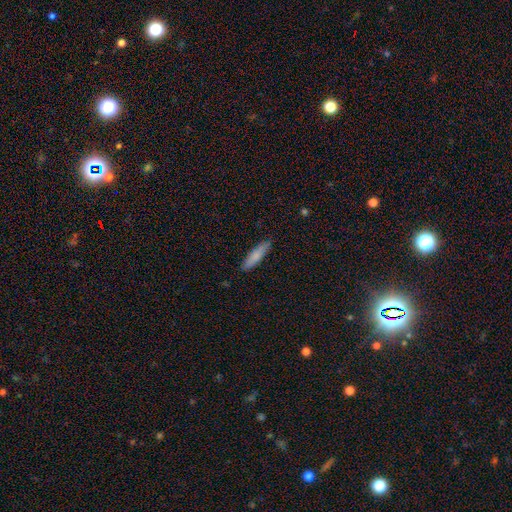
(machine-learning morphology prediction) This appears to be a smooth galaxy with no disk features (79%) that is cigar-shaped (77%). Merging: none (87%).